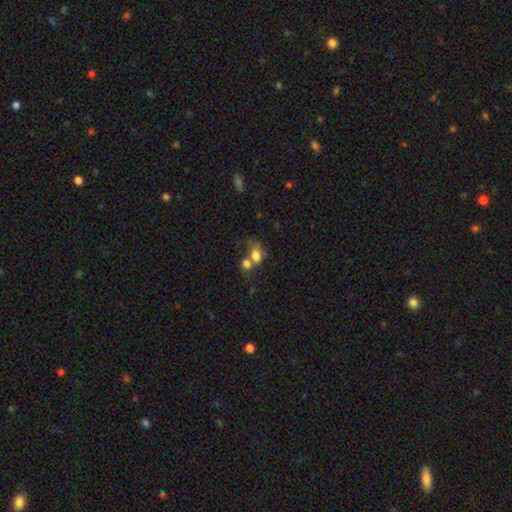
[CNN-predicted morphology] The model was most divided on "how rounded": in between: 67%, round: 31%, cigar-shaped: 2%. More confident: smooth or featured — smooth (74%); merging — merger (58%).